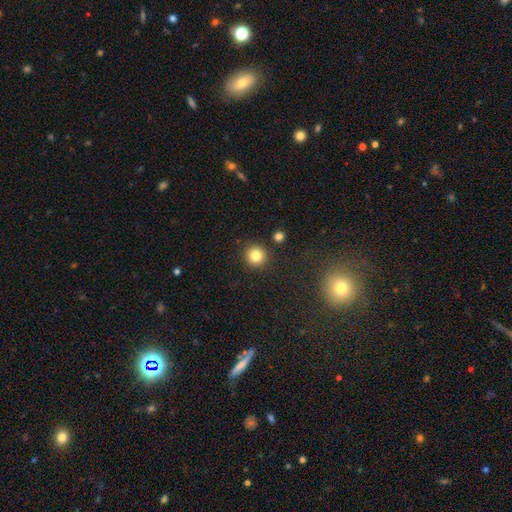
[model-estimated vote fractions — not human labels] smooth-or-featured: smooth: 82% | star or artifact: 12% | featured or disk: 6%
  how-rounded: round: 95% | in between: 4% | cigar-shaped: 1%
  merging: none: 89% | minor disturbance: 6% | merger: 3% | major disturbance: 2%